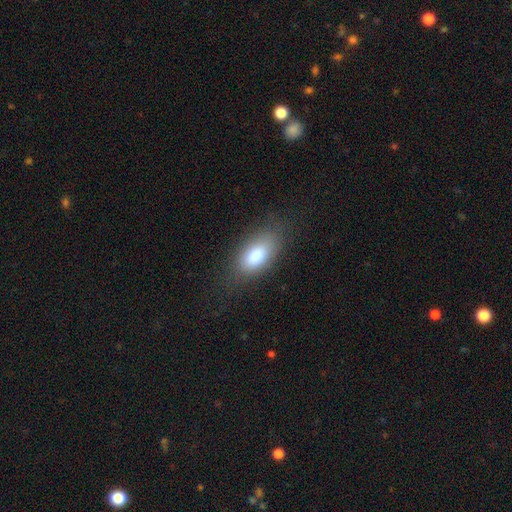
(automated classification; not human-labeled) This appears to be a smooth galaxy with no disk features (81%) that is in between round and cigar-shaped (89%). Merging: none (78%).